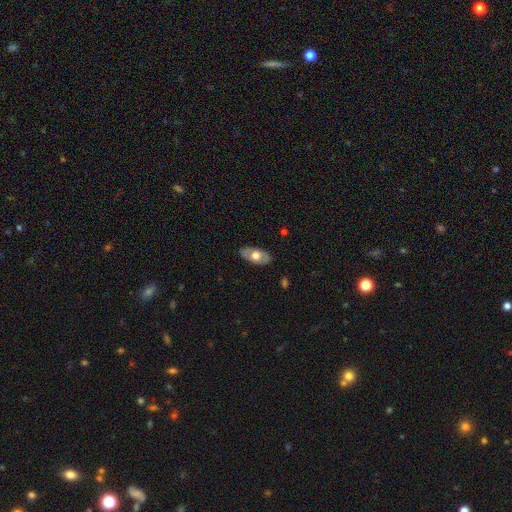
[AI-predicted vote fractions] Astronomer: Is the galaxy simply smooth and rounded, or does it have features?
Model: smooth — 52% (runner-up: featured or disk, 42%).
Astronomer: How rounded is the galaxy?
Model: in between — 91%.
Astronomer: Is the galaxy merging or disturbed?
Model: none — 84%.